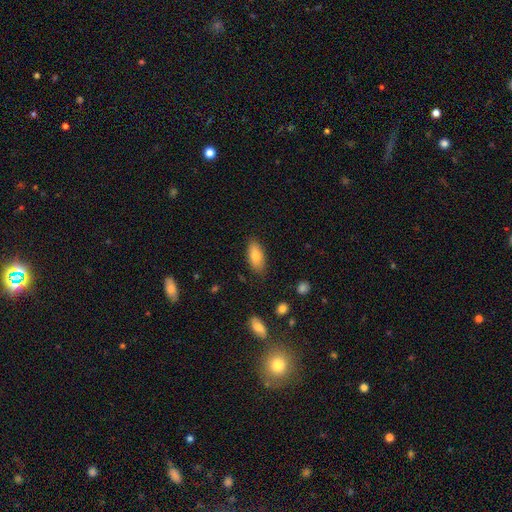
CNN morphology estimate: This is likely a smooth galaxy (79%). How rounded: clearly in between (86%). Merging: clearly none (83%).